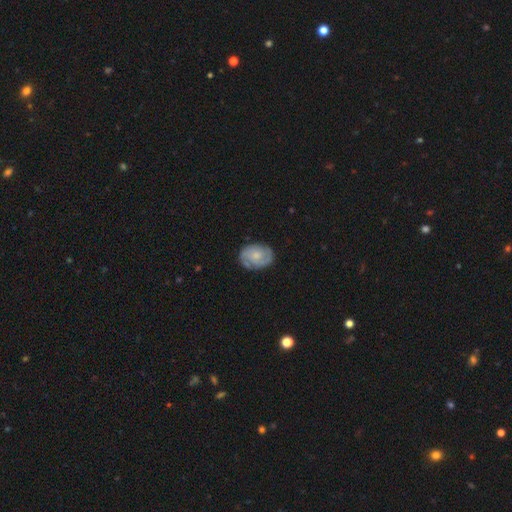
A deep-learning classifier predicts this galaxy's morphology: Q: Smooth or featured?
A: featured or disk (66%); runner-up: smooth (28%)
Q: Edge-on disk?
A: no (98%); runner-up: yes (2%)
Q: Bar?
A: no (72%); runner-up: weak (24%)
Q: Spiral arms?
A: yes (89%); runner-up: no (11%)
Q: Spiral winding?
A: tight (53%); runner-up: medium (36%)
Q: Spiral arm count?
A: 2 (57%); runner-up: can't tell (21%)
Q: Bulge size?
A: small (41%); runner-up: moderate (38%)
Q: Merging?
A: none (77%); runner-up: minor disturbance (17%)